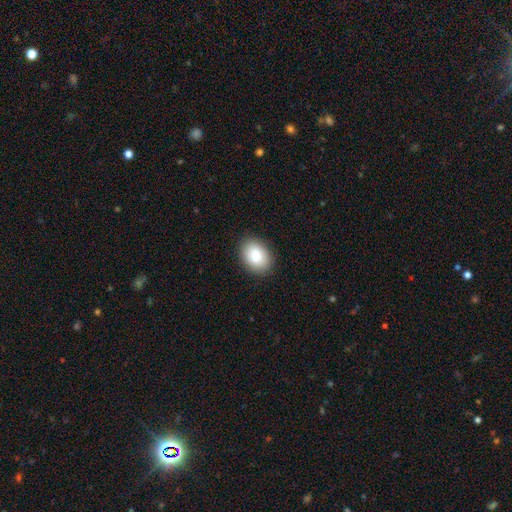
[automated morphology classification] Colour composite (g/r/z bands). It shows a smooth galaxy with no disk features (88%) that is in between round and cigar-shaped (76%). Merging: none (88%).